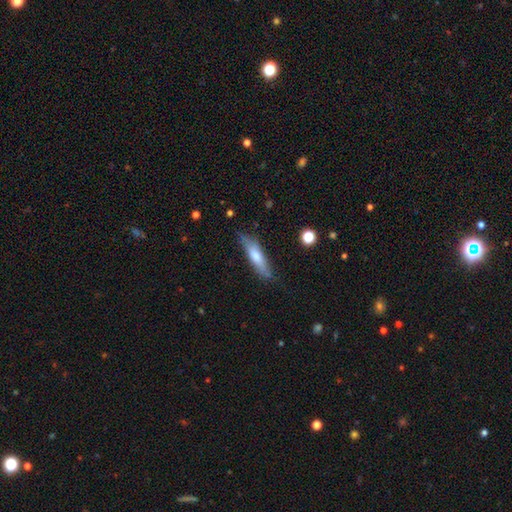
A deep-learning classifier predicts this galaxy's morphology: smooth-or-featured: smooth: 65% | featured or disk: 29% | star or artifact: 6%
  how-rounded: cigar-shaped: 74% | in between: 24% | round: 2%
  merging: none: 76% | minor disturbance: 19% | major disturbance: 4% | merger: 2%